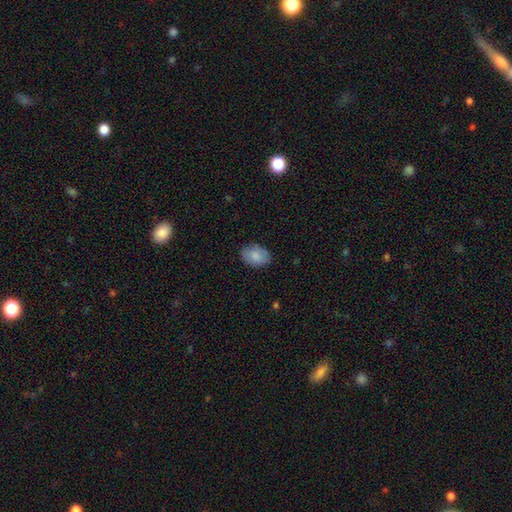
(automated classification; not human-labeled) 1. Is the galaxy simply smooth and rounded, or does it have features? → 84% smooth, 9% featured or disk, 7% star or artifact.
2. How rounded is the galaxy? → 82% in between, 17% round, 1% cigar-shaped.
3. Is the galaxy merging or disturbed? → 82% none, 14% minor disturbance, 3% major disturbance, 1% merger.